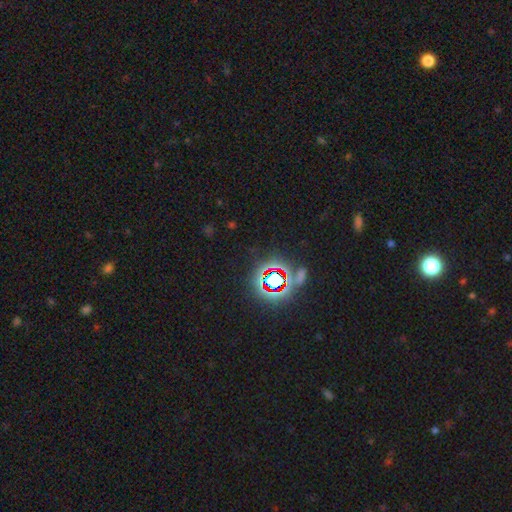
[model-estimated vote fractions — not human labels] Morphology: type=star or artifact (79%).